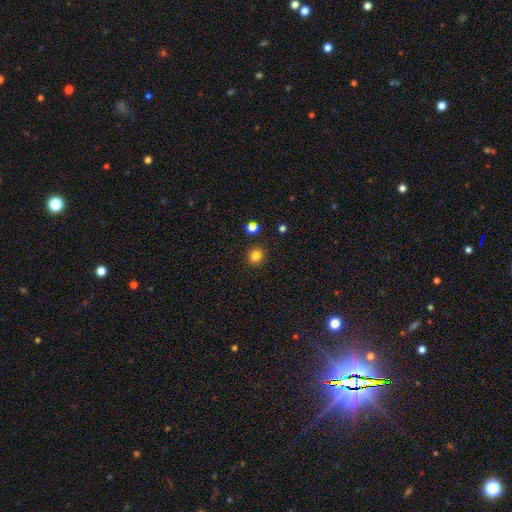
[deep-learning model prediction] Smooth or featured? smooth (82%)
How rounded? round (90%)
Merging? none (90%)